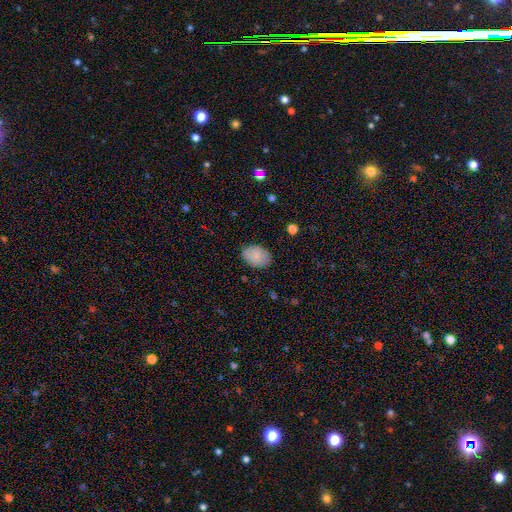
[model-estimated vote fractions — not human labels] Smooth or featured? Predicted: smooth (p=0.85). How rounded? Predicted: in between (p=0.80). Merging? Predicted: none (p=0.83).